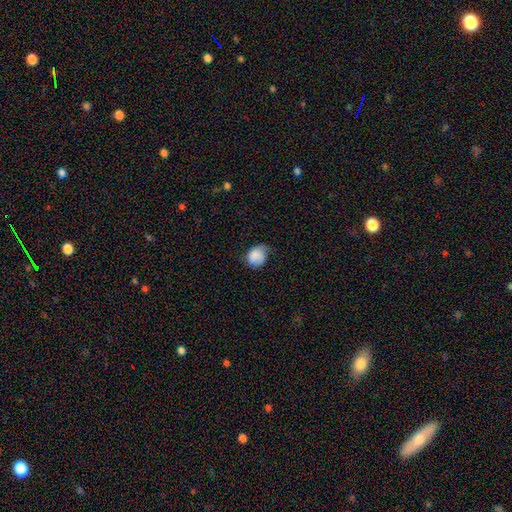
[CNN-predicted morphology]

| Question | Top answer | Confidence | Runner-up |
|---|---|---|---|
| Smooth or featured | smooth | 78% | featured or disk (14%) |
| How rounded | round | 56% | in between (43%) |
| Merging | none | 45% | minor disturbance (41%) |